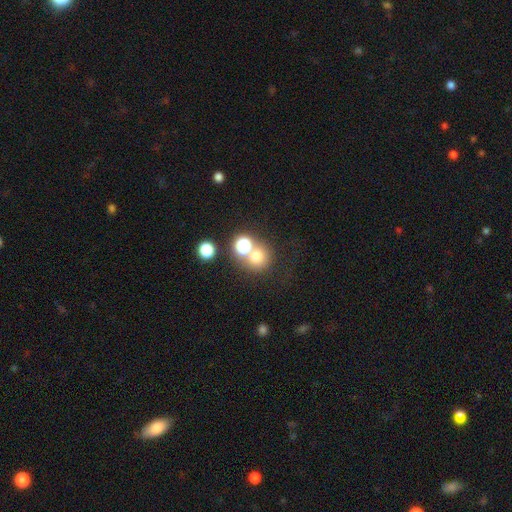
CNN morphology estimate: Q: Smooth or featured?
A: smooth (70%); runner-up: star or artifact (19%)
Q: How rounded?
A: round (86%); runner-up: in between (13%)
Q: Merging?
A: none (50%); runner-up: merger (37%)